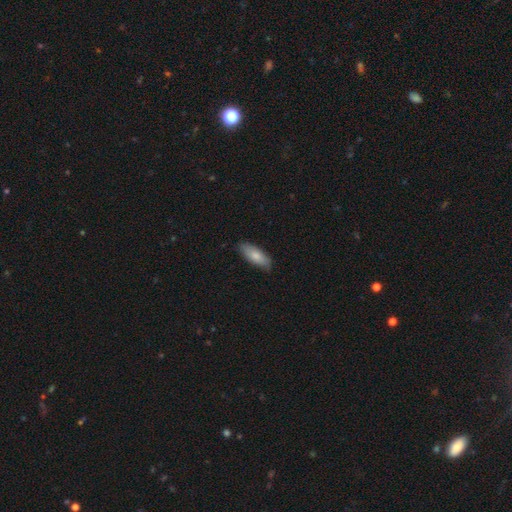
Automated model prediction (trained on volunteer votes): This appears to be a smooth galaxy with no disk features (79%) that is in between round and cigar-shaped (76%). Merging: none (79%).